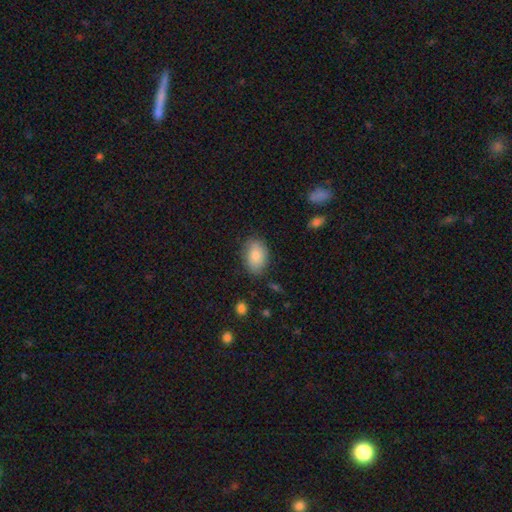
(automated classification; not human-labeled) smooth 83%, featured or disk 9%, star or artifact 7%. Down the decision tree: how rounded — in between (86%); merging — none (82%).